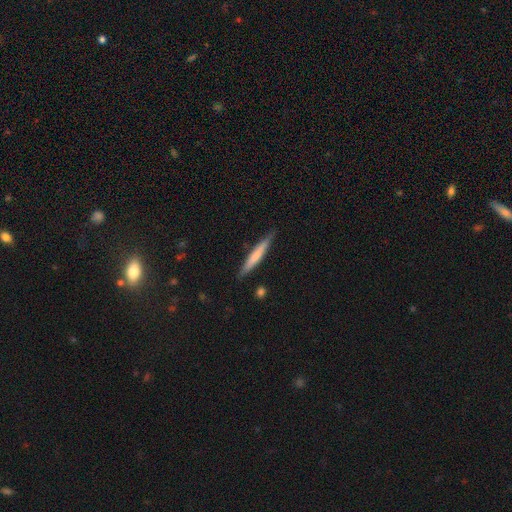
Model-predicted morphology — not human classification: This is likely a smooth galaxy (60%). How rounded: clearly cigar-shaped (95%). Merging: clearly none (85%).